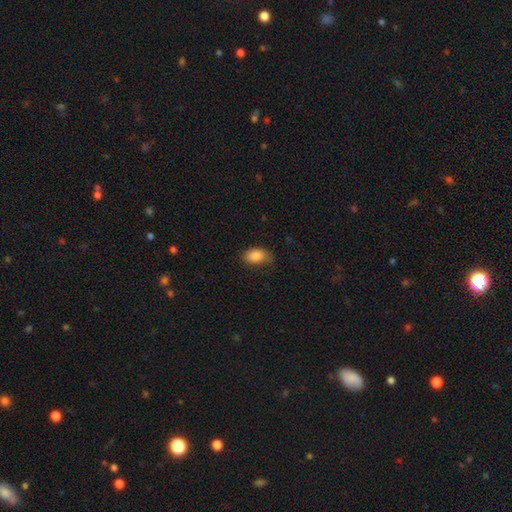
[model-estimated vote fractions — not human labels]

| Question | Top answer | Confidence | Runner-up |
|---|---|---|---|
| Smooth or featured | smooth | 86% | star or artifact (8%) |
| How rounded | in between | 91% | round (7%) |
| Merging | none | 68% | minor disturbance (25%) |